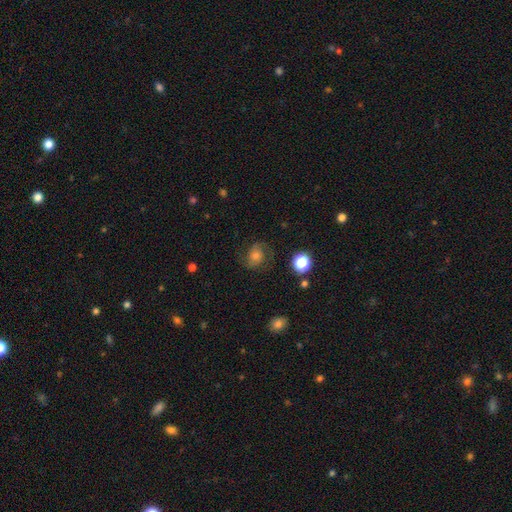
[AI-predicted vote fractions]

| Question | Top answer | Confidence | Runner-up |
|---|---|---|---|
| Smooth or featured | featured or disk | 59% | smooth (26%) |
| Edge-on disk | no | 97% | yes (3%) |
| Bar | no | 68% | weak (27%) |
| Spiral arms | yes | 93% | no (7%) |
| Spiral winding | medium | 53% | tight (24%) |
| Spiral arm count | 2 | 88% | can't tell (6%) |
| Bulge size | moderate | 45% | small (27%) |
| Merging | none | 75% | minor disturbance (15%) |